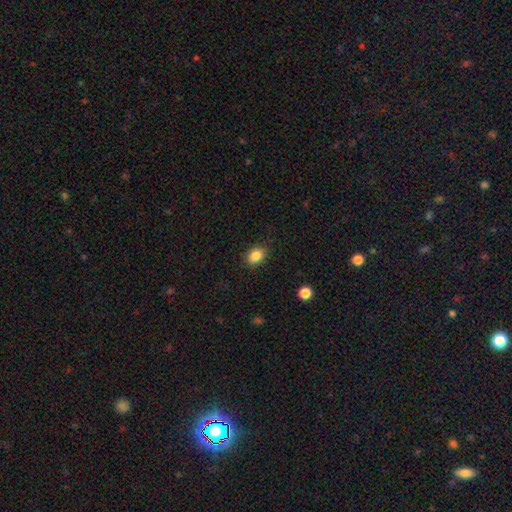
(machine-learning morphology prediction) smooth 87%, star or artifact 9%, featured or disk 5%. Down the decision tree: how rounded — in between (76%); merging — none (86%).